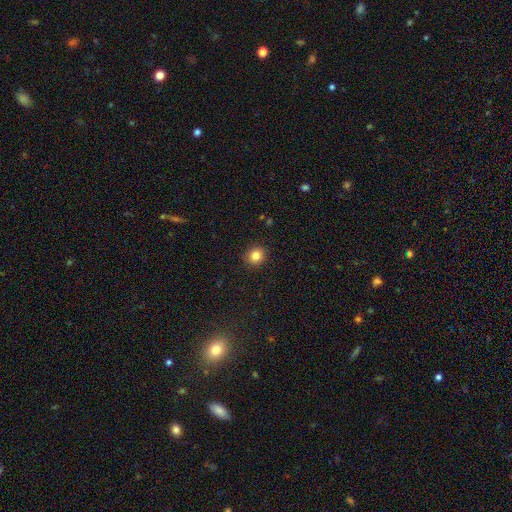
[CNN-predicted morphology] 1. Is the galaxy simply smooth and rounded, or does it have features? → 83% smooth, 11% star or artifact, 6% featured or disk.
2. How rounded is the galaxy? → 86% round, 13% in between, 1% cigar-shaped.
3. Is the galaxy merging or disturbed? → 91% none, 6% minor disturbance, 2% major disturbance, 1% merger.